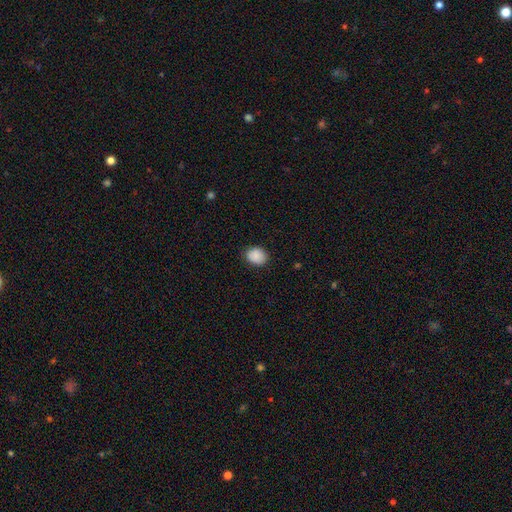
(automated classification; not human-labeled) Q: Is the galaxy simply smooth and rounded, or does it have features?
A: smooth — 88%.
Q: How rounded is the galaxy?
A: round — 52%.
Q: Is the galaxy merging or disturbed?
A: none — 84%.